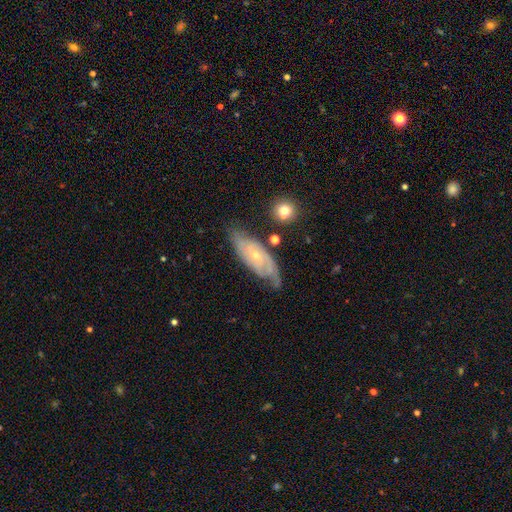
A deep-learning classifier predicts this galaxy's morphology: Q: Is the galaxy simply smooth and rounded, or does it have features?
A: featured or disk — 81%.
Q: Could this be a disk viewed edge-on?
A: no — 91%.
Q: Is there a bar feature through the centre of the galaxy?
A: no — 72%.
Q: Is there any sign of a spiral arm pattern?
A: yes — 93%.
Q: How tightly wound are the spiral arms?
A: tight — 58%.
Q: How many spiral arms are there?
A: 2 — 51%.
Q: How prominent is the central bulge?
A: small — 67%.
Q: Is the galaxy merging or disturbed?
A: none — 64%.